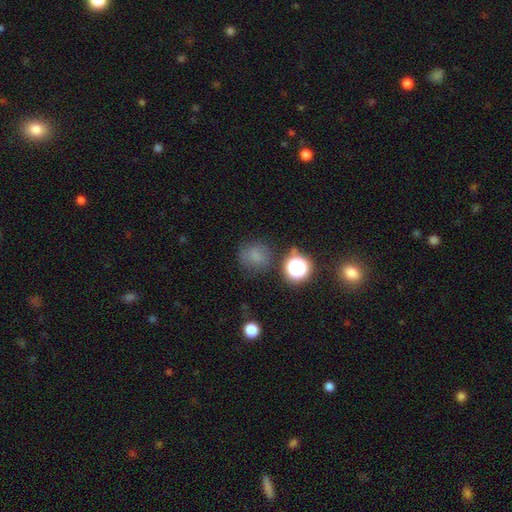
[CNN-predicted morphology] This is likely a smooth galaxy (71%). How rounded: clearly round (84%). Merging: likely none (74%).